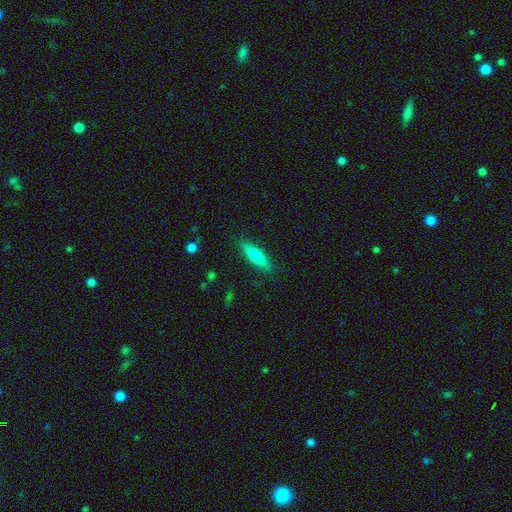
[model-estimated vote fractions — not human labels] smooth 75%, featured or disk 19%, star or artifact 6%. Down the decision tree: how rounded — cigar-shaped (65%); merging — none (86%).